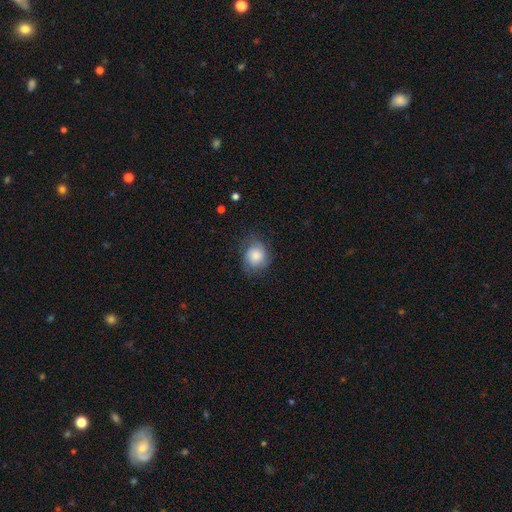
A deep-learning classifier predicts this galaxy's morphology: Smooth or featured?
  - smooth: 76% *
  - featured or disk: 15%
  - star or artifact: 8%
How rounded?
  - round: 78% *
  - in between: 21%
  - cigar-shaped: 1%
Merging?
  - none: 71% *
  - minor disturbance: 21%
  - major disturbance: 7%
  - merger: 1%